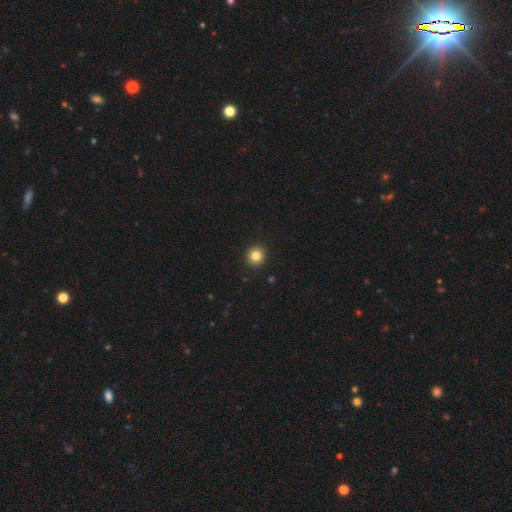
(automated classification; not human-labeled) smooth_or_featured: smooth (p=0.84) [alt: star or artifact p=0.11]
how_rounded: round (p=0.94) [alt: in between p=0.05]
merging: none (p=0.93) [alt: minor disturbance p=0.05]